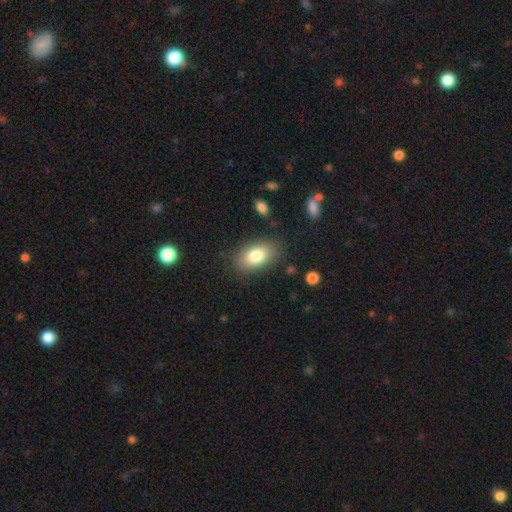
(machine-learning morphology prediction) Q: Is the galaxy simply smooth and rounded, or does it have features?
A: smooth — 80%.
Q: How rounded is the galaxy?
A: in between — 90%.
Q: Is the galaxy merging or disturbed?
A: none — 82%.